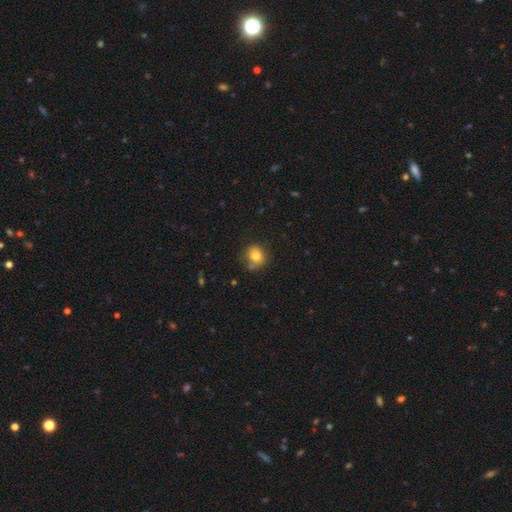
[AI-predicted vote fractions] Smooth or featured?
  - smooth: 78% *
  - star or artifact: 11%
  - featured or disk: 10%
How rounded?
  - round: 80% *
  - in between: 19%
  - cigar-shaped: 1%
Merging?
  - none: 72% *
  - minor disturbance: 17%
  - merger: 7%
  - major disturbance: 4%